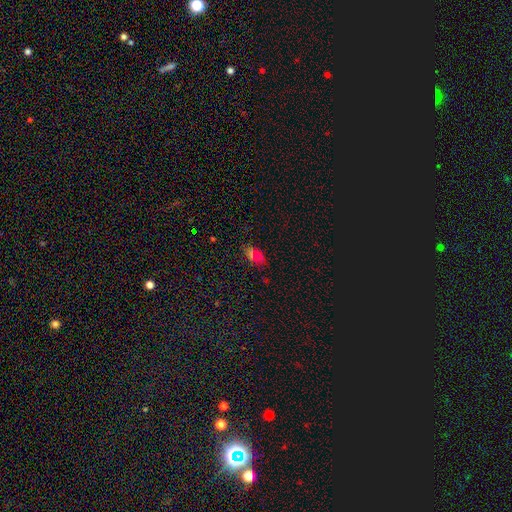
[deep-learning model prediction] Smooth or featured? Predicted: smooth (p=0.60). How rounded? Predicted: in between (p=0.84). Merging? Predicted: none (p=0.71).